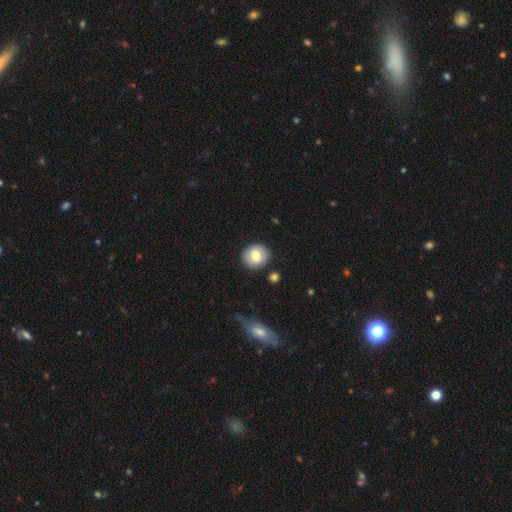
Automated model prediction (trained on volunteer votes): Morphology: type=smooth (72%); roundness=round (81%); merging=none (83%).